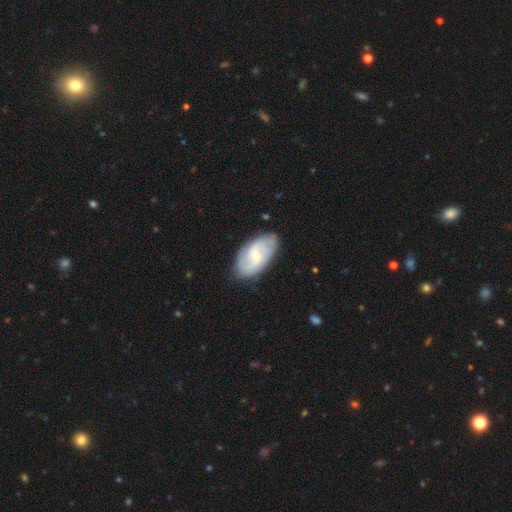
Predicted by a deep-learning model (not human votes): Overall: featured or disk (67%; smooth 27%). Edge-on disk: no (95%). Bar: weak (52%; no 36%). Spiral arms: yes (87%). Spiral arm count: 2 (55%; can't tell 27%). Spiral winding: medium (41%; loose 31%). Bulge size: small (67%; moderate 28%). Merging: none (81%).